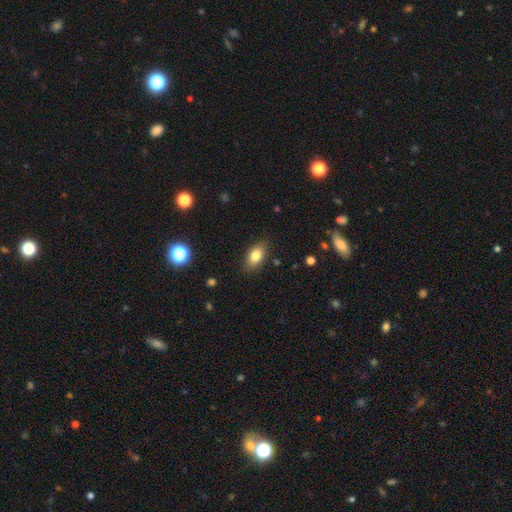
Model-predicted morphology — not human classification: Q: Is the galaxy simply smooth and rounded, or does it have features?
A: smooth — 81%.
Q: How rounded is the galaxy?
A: in between — 87%.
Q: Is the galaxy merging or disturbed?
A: none — 84%.